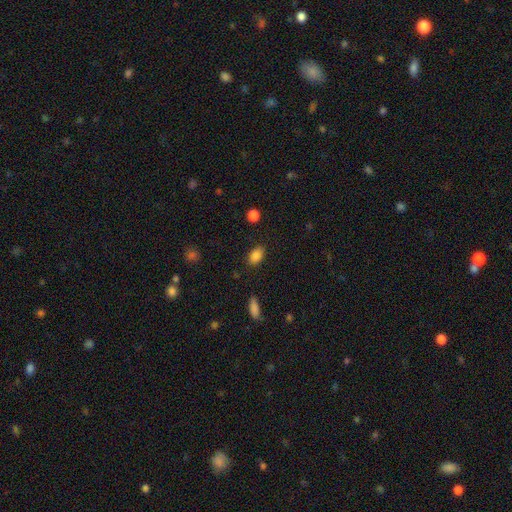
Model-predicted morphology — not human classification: A smooth galaxy with no disk features (86%) that is in between round and cigar-shaped (86%). Merging: none (82%).